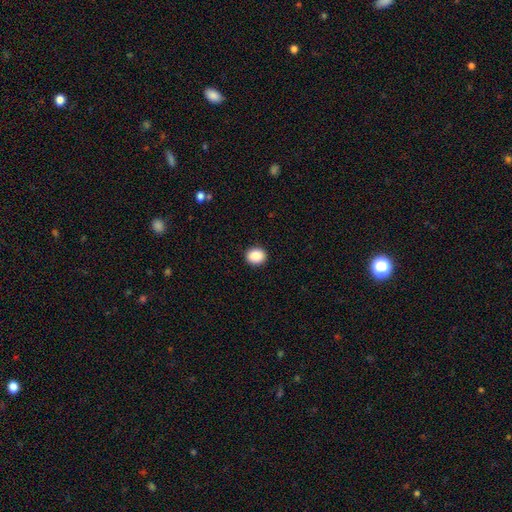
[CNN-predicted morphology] The model was most divided on "how rounded": round: 69%, in between: 30%, cigar-shaped: 1%. More confident: merging — none (92%); smooth or featured — smooth (89%).